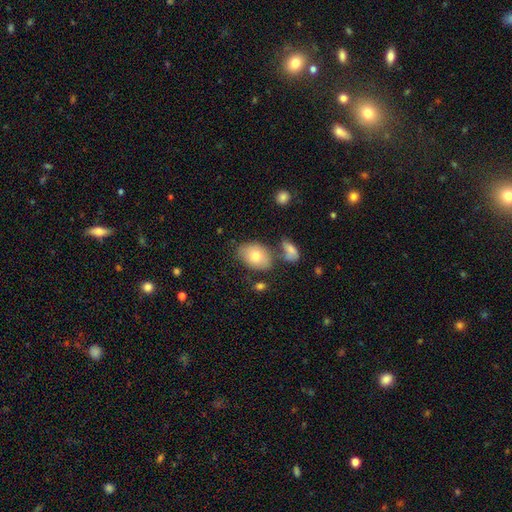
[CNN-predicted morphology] smooth 73%, featured or disk 20%, star or artifact 7%. Down the decision tree: how rounded — in between (82%); merging — none (64%).